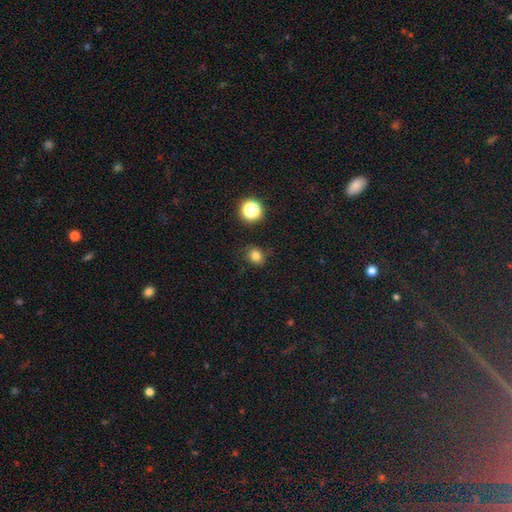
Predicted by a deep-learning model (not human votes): This appears to be a smooth galaxy with no disk features (78%) that is round (65%). Merging: none (81%).